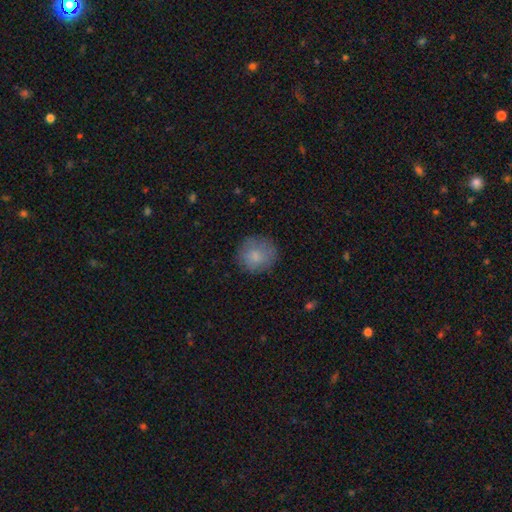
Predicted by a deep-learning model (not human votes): smooth_or_featured: smooth (p=0.81) [alt: featured or disk p=0.11]
how_rounded: round (p=0.89) [alt: in between p=0.10]
merging: none (p=0.81) [alt: minor disturbance p=0.14]